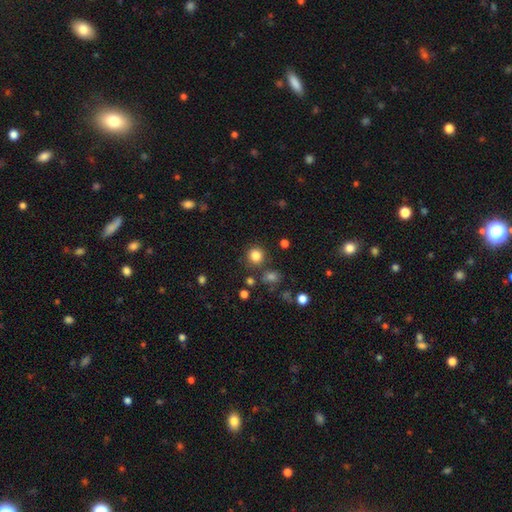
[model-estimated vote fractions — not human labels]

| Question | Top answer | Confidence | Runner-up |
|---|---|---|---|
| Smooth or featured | smooth | 82% | star or artifact (13%) |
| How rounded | round | 91% | in between (8%) |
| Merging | none | 82% | minor disturbance (8%) |